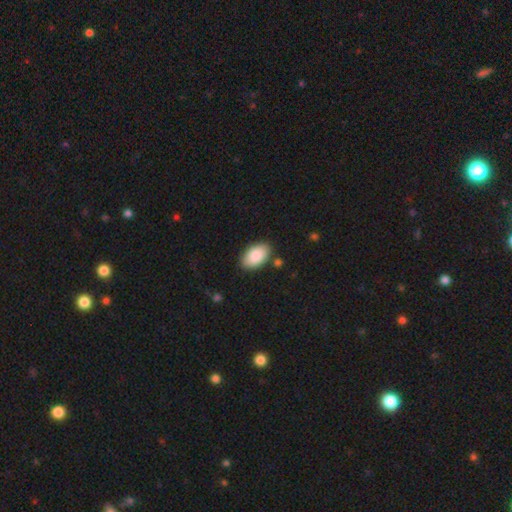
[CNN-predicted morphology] Smooth or featured? Predicted: smooth (p=0.89). How rounded? Predicted: in between (p=0.95). Merging? Predicted: none (p=0.84).